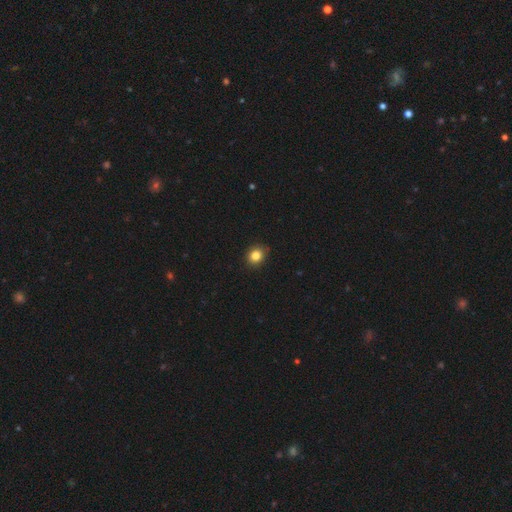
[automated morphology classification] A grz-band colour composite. It shows a smooth galaxy with no disk features (83%) that is round (73%). Merging: none (89%).